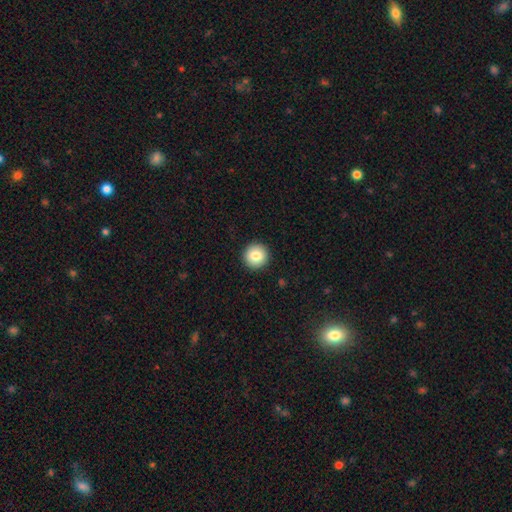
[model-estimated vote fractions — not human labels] smooth_or_featured: smooth (p=0.84) [alt: star or artifact p=0.08]
how_rounded: round (p=0.96) [alt: in between p=0.04]
merging: none (p=0.93) [alt: minor disturbance p=0.04]